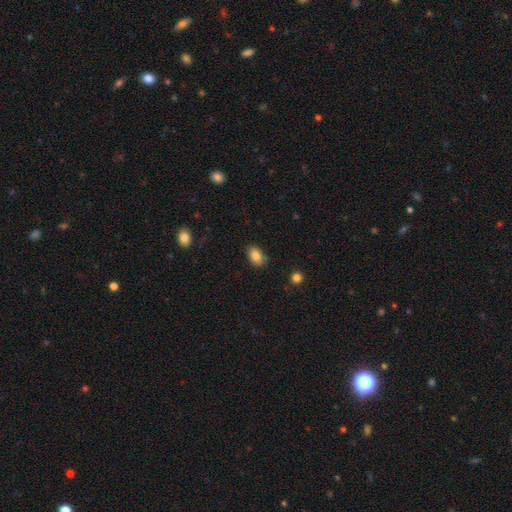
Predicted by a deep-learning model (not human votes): Smooth or featured? smooth (83%)
How rounded? in between (86%)
Merging? none (75%)